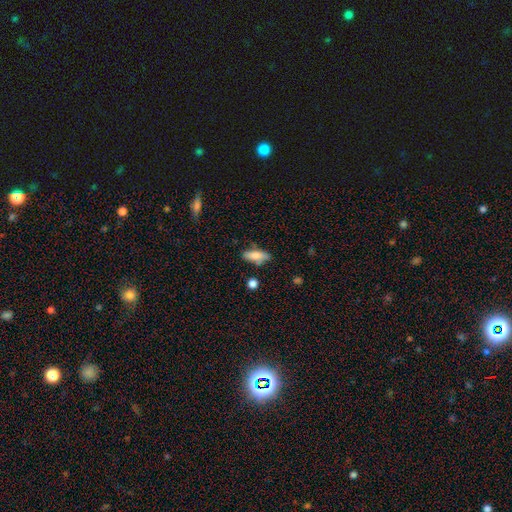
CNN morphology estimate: A smooth galaxy with no disk features (79%) that is in between round and cigar-shaped (69%).

Vote fractions:
- Smooth or featured? smooth: 79% / featured or disk: 14% / star or artifact: 7%
- How rounded? in between: 69% / cigar-shaped: 28% / round: 3%
- Merging? none: 71% / minor disturbance: 19% / merger: 6% / major disturbance: 4%